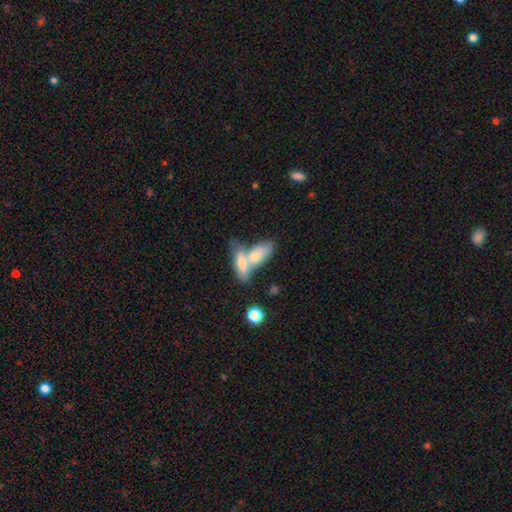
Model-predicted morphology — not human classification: Smooth or featured? smooth (72%)
How rounded? in between (78%)
Merging? merger (66%)